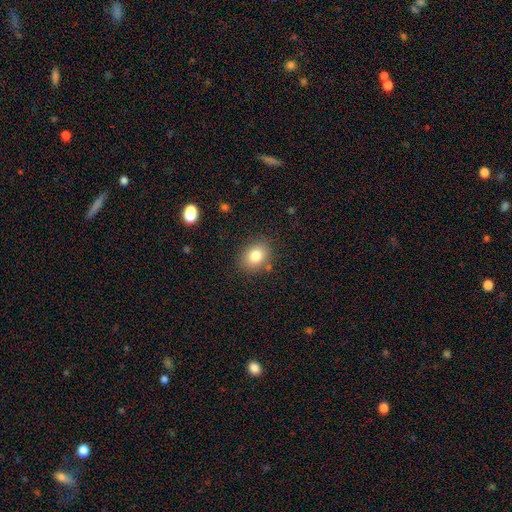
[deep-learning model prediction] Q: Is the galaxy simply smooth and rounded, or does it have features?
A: smooth — 81%.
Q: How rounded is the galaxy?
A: in between — 59%.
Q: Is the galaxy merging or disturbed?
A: none — 81%.